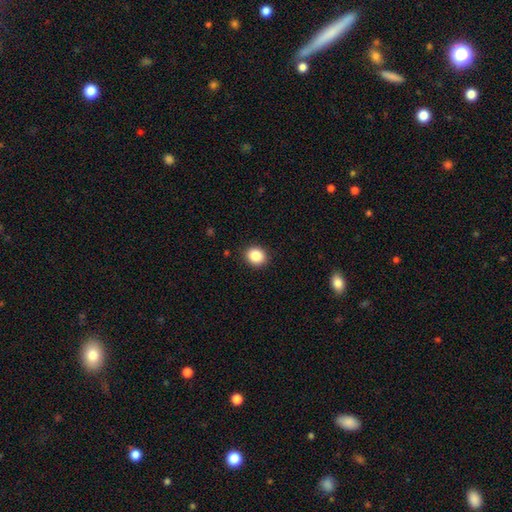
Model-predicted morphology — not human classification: Smooth or featured: smooth — 87% (star or artifact — 9%)
How rounded: round — 70% (in between — 29%)
Merging: none — 90% (minor disturbance — 7%)